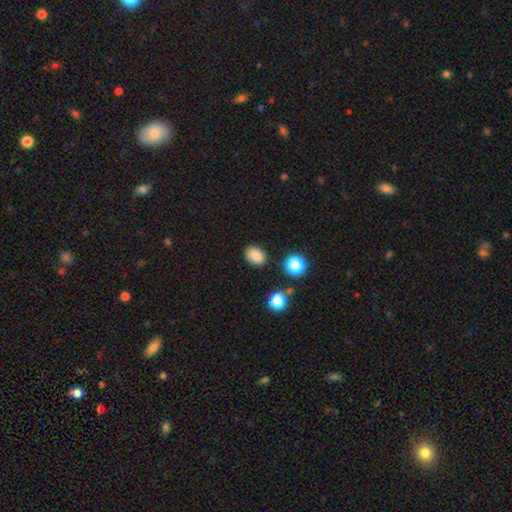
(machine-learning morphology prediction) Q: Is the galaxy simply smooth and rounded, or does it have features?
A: smooth — 83%.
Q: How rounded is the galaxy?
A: in between — 69%.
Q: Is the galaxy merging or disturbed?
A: none — 86%.